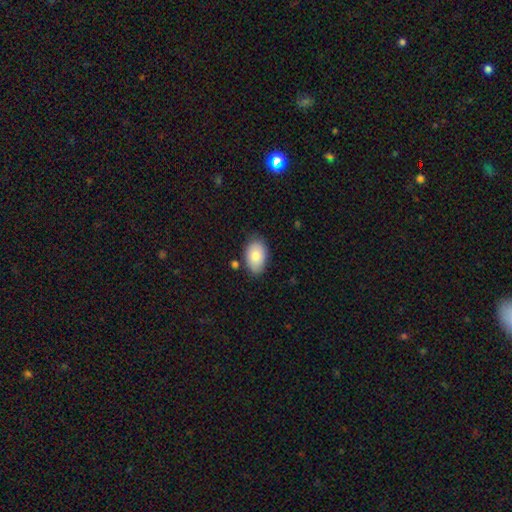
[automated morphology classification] smooth_or_featured: smooth (p=0.81) [alt: featured or disk p=0.12]
how_rounded: in between (p=0.91) [alt: round p=0.08]
merging: none (p=0.78) [alt: minor disturbance p=0.16]